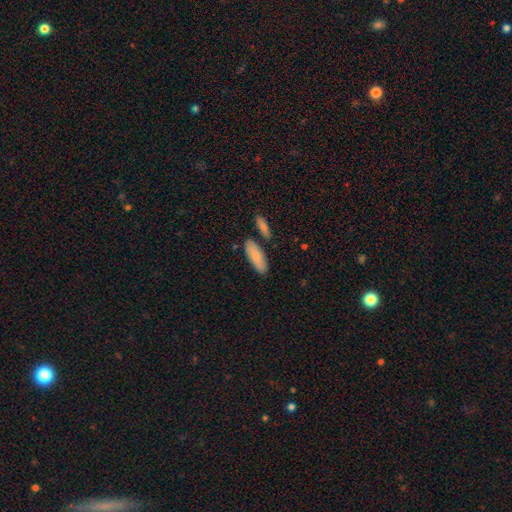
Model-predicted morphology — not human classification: Smooth or featured: smooth — 82% (featured or disk — 12%)
How rounded: in between — 72% (cigar-shaped — 26%)
Merging: none — 78% (minor disturbance — 12%)